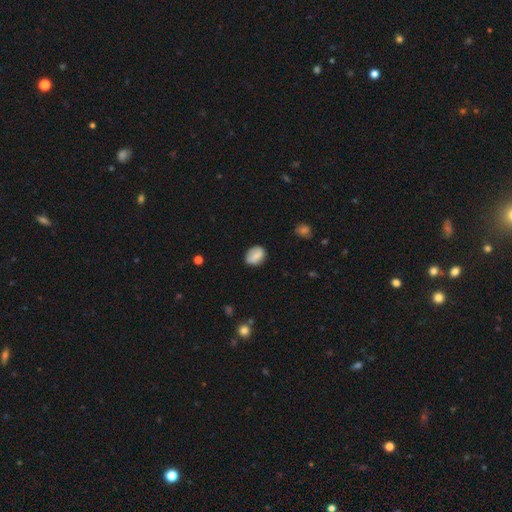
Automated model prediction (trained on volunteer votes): Q: Smooth or featured?
A: smooth (78%); runner-up: featured or disk (15%)
Q: How rounded?
A: in between (69%); runner-up: round (29%)
Q: Merging?
A: none (80%); runner-up: minor disturbance (15%)